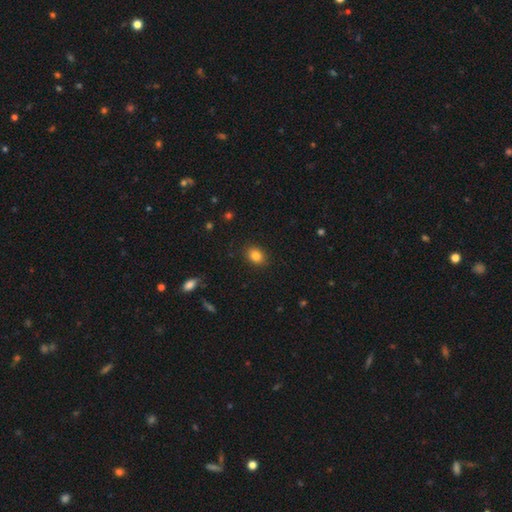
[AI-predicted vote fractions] A smooth galaxy with no disk features (83%) that is in between round and cigar-shaped (59%). Merging: none (89%).